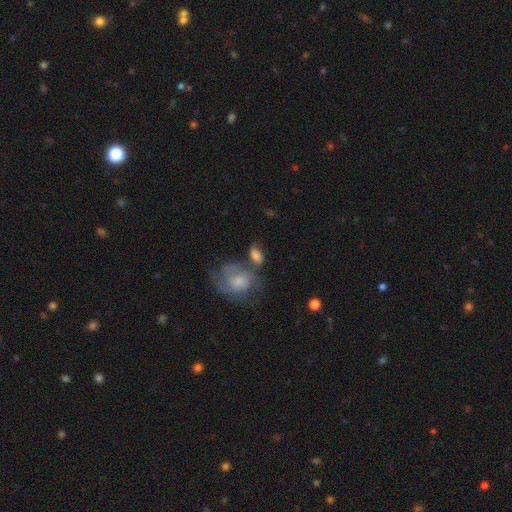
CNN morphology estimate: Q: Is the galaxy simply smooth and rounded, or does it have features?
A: smooth — 71%.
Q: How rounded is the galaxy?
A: in between — 81%.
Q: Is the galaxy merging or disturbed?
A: none — 44%.